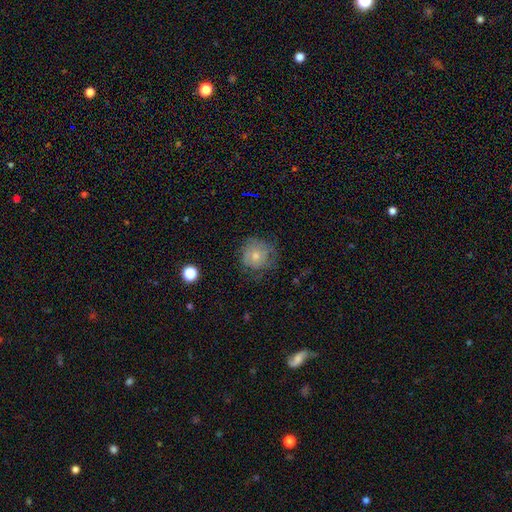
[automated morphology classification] Q: Smooth or featured?
A: smooth (66%); runner-up: featured or disk (24%)
Q: How rounded?
A: round (88%); runner-up: in between (11%)
Q: Merging?
A: none (60%); runner-up: minor disturbance (26%)